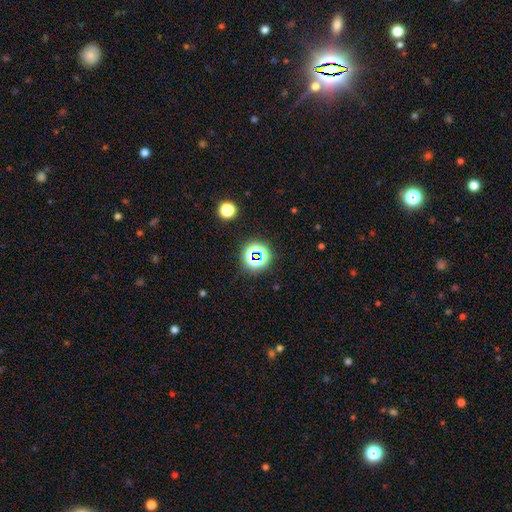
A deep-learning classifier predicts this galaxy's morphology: star or artifact 62%, smooth 28%, featured or disk 10%.